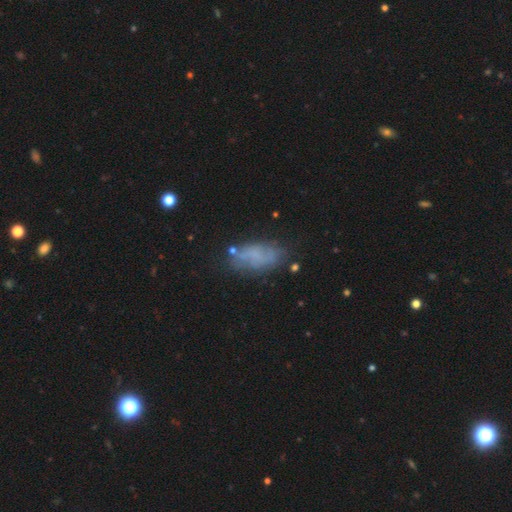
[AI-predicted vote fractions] smooth_or_featured: smooth (p=0.52) [alt: featured or disk p=0.36]
how_rounded: in between (p=0.87) [alt: cigar-shaped p=0.09]
merging: none (p=0.60) [alt: minor disturbance p=0.23]